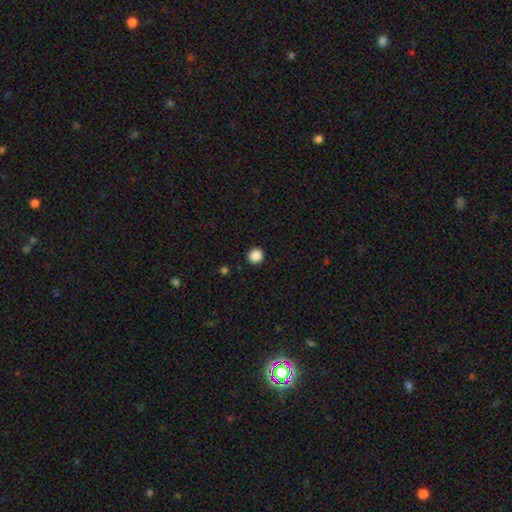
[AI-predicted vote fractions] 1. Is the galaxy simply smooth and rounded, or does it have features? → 88% smooth, 10% star or artifact, 3% featured or disk.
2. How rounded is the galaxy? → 95% round, 4% in between, 1% cigar-shaped.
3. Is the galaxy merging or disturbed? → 93% none, 4% minor disturbance, 2% major disturbance, 1% merger.